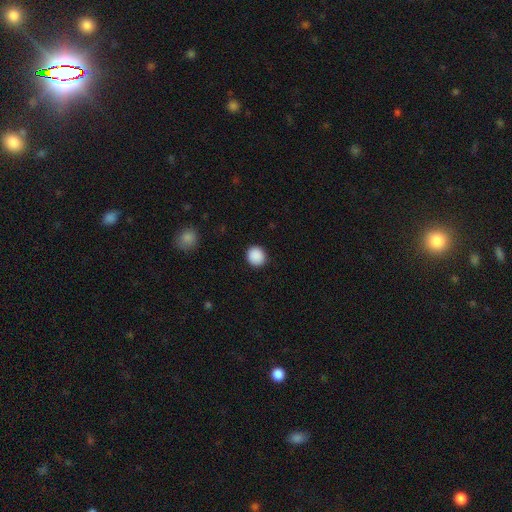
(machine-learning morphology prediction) Q: Smooth or featured?
A: smooth (90%); runner-up: star or artifact (8%)
Q: How rounded?
A: round (87%); runner-up: in between (12%)
Q: Merging?
A: none (91%); runner-up: minor disturbance (6%)